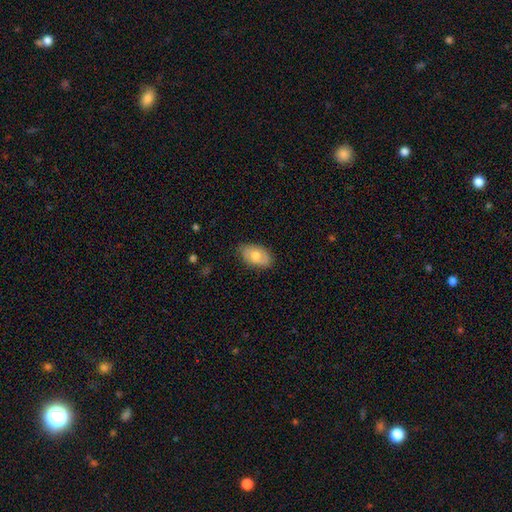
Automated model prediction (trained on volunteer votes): A smooth galaxy with no disk features (69%) that is in between round and cigar-shaped (92%). Merging: none (79%).